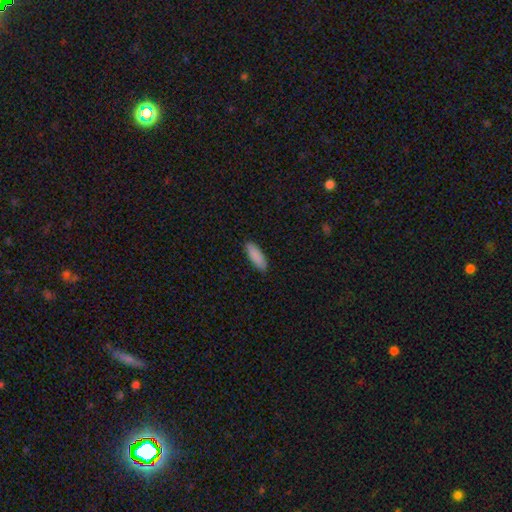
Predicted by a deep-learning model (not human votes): A smooth galaxy with no disk features (90%) that is in between round and cigar-shaped (66%). Merging: none (88%).